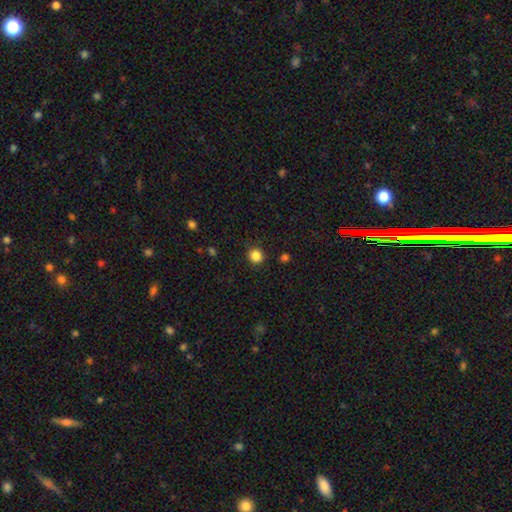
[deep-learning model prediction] smooth 85%, star or artifact 11%, featured or disk 3%. Down the decision tree: how rounded — round (91%); merging — none (90%).